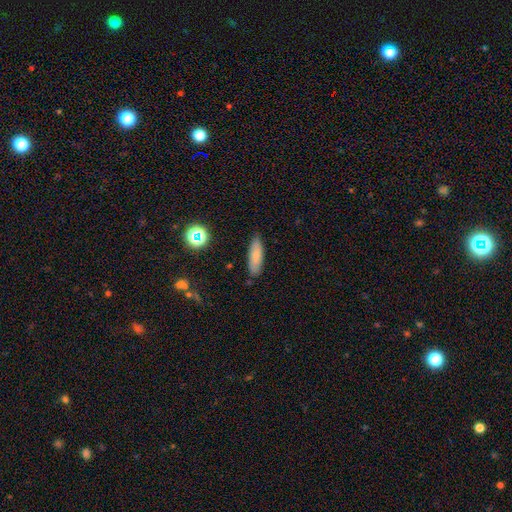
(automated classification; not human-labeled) Smooth or featured?
  - smooth: 80% *
  - featured or disk: 11%
  - star or artifact: 9%
How rounded?
  - cigar-shaped: 49% * (tied)
  - in between: 49% * (tied)
  - round: 2%
Merging?
  - none: 83% *
  - minor disturbance: 12%
  - major disturbance: 2%
  - merger: 2%